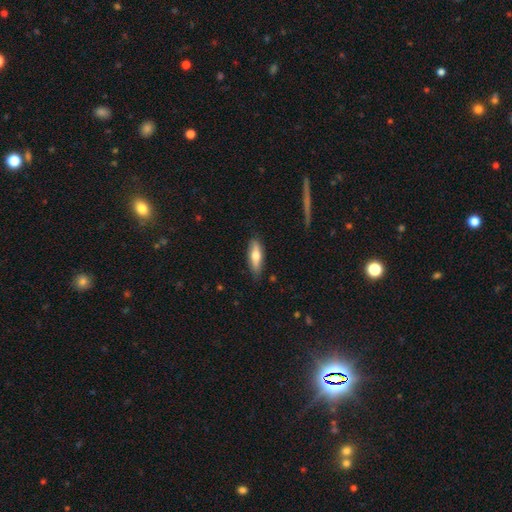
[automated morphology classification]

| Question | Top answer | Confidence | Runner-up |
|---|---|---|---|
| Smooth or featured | smooth | 63% | featured or disk (31%) |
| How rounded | in between | 51% | cigar-shaped (47%) |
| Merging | none | 80% | minor disturbance (16%) |